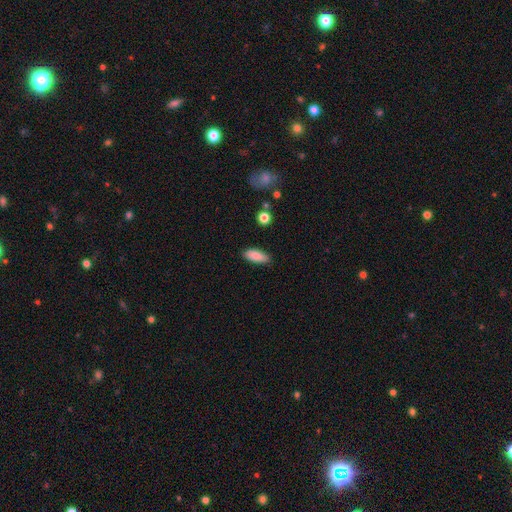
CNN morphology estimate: The model was most divided on "how rounded": in between: 80%, cigar-shaped: 18%, round: 2%. More confident: merging — none (86%); smooth or featured — smooth (85%).